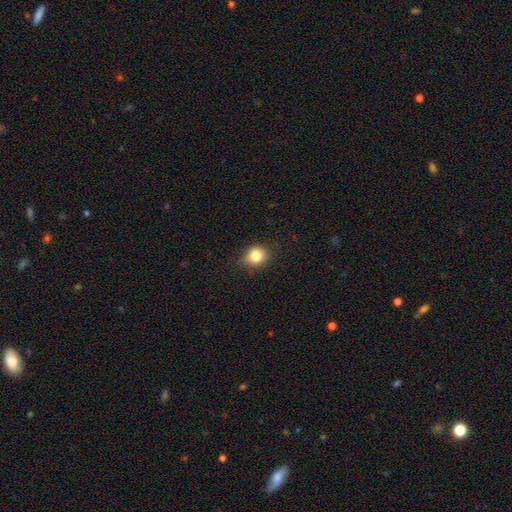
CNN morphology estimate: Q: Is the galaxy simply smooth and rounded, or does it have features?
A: smooth — 82%.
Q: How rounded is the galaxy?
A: round — 56%.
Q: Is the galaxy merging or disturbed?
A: none — 71%.